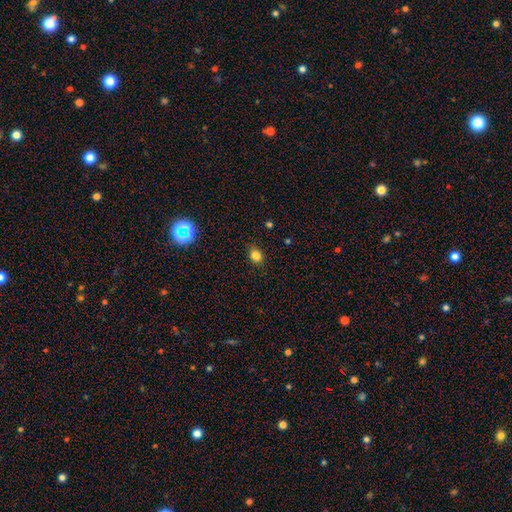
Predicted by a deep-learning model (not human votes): Q: Smooth or featured?
A: smooth (80%); runner-up: star or artifact (14%)
Q: How rounded?
A: round (61%); runner-up: in between (37%)
Q: Merging?
A: none (84%); runner-up: minor disturbance (12%)